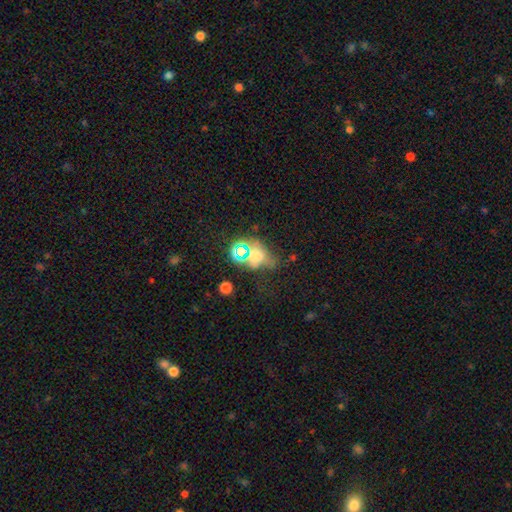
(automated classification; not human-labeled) Q: Smooth or featured?
A: smooth (49%); runner-up: star or artifact (33%)
Q: Merging?
A: none (40%); runner-up: major disturbance (23%)